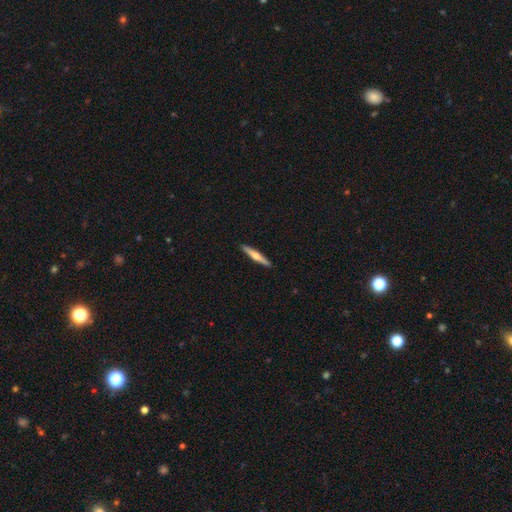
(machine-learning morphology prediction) A featured or disk galaxy (53%) viewed edge-on (97%) with a rounded central bulge (85%). Merging: none (92%).